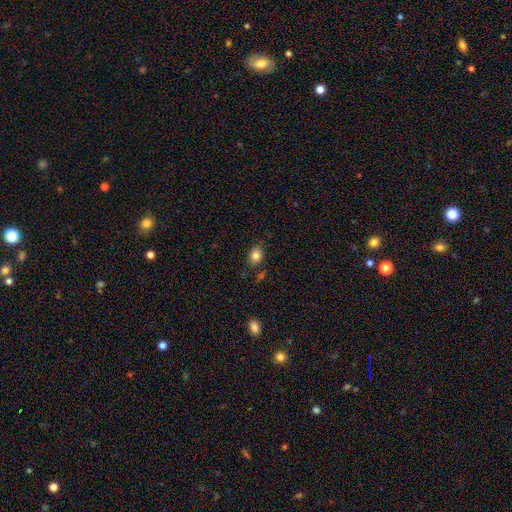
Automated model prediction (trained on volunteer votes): A smooth galaxy with no disk features (83%) that is in between round and cigar-shaped (60%).

Vote fractions:
- Smooth or featured? smooth: 83% / star or artifact: 10% / featured or disk: 7%
- How rounded? in between: 60% / round: 39% / cigar-shaped: 1%
- Merging? none: 78% / minor disturbance: 15% / major disturbance: 4% / merger: 4%